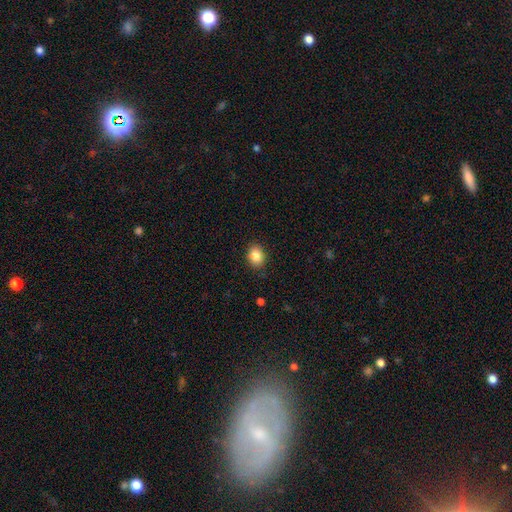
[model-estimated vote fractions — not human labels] A smooth galaxy with no disk features (86%) that is in between round and cigar-shaped (55%).

Vote fractions:
- Smooth or featured? smooth: 86% / star or artifact: 9% / featured or disk: 5%
- How rounded? in between: 55% / round: 44% / cigar-shaped: 1%
- Merging? none: 88% / minor disturbance: 9% / major disturbance: 2% / merger: 1%